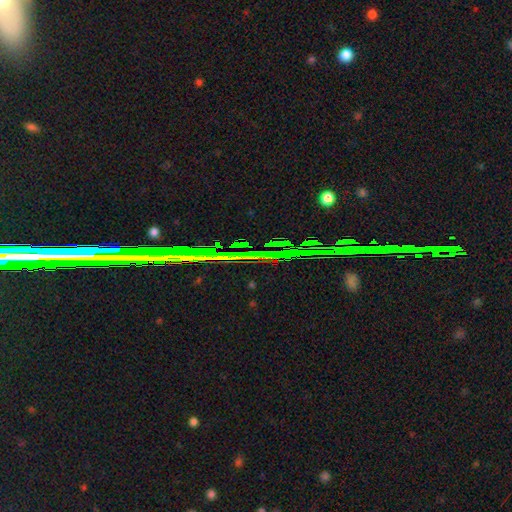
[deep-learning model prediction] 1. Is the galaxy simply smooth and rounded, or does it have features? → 76% star or artifact, 14% featured or disk, 10% smooth.